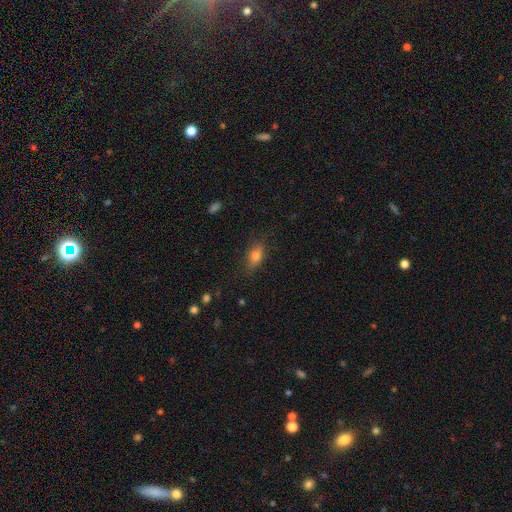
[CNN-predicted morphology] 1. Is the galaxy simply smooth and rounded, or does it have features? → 75% smooth, 13% featured or disk, 12% star or artifact.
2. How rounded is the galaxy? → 78% in between, 12% cigar-shaped, 10% round.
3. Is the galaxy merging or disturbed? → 78% none, 16% minor disturbance, 5% major disturbance, 1% merger.